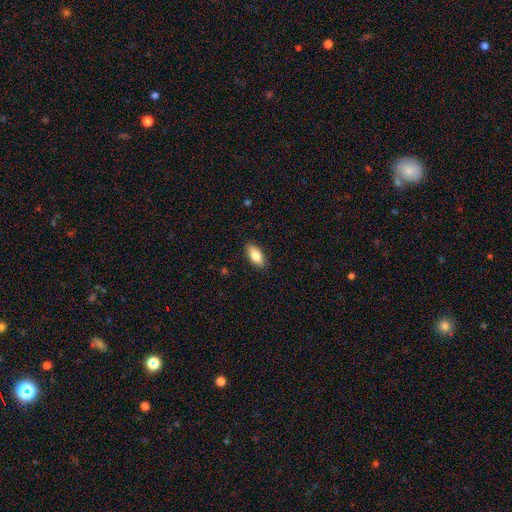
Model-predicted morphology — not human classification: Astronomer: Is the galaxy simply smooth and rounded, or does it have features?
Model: smooth — 81%.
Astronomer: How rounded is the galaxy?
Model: in between — 88%.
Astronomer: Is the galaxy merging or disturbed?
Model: none — 89%.